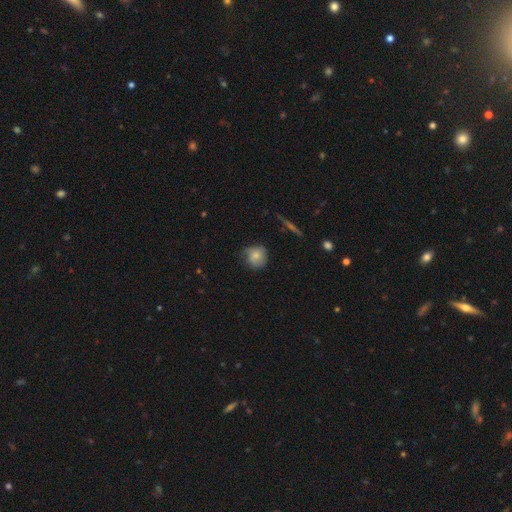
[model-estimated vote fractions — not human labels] The model was most divided on "merging": none: 57%, minor disturbance: 33%, major disturbance: 9%, merger: 2%. More confident: how rounded — round (84%); smooth or featured — smooth (71%).